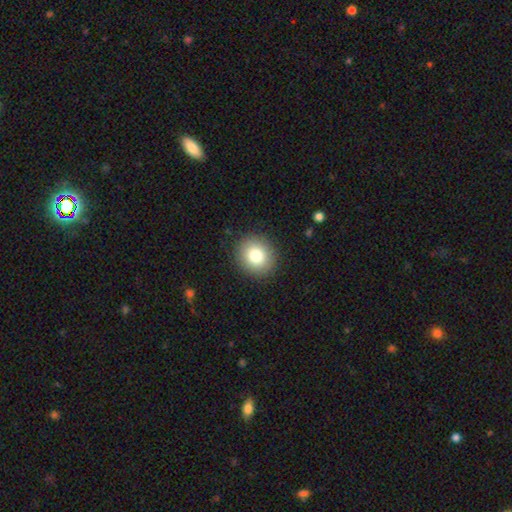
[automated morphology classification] A smooth galaxy with no disk features (82%) that is round (78%).

Vote fractions:
- Smooth or featured? smooth: 82% / star or artifact: 9% / featured or disk: 9%
- How rounded? round: 78% / in between: 21% / cigar-shaped: 1%
- Merging? none: 90% / minor disturbance: 7% / major disturbance: 2% / merger: 1%